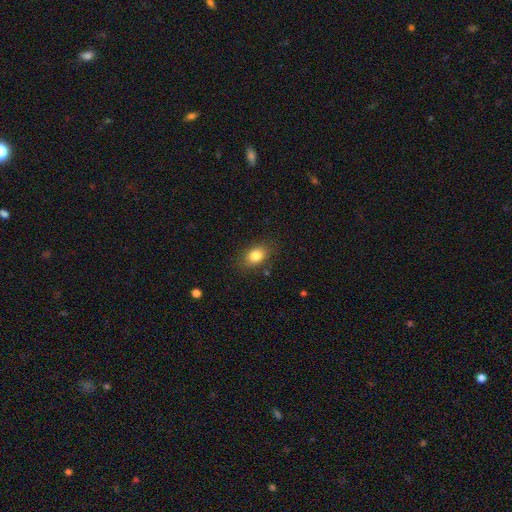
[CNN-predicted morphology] Q: Smooth or featured?
A: smooth (83%); runner-up: star or artifact (9%)
Q: How rounded?
A: in between (75%); runner-up: round (24%)
Q: Merging?
A: none (83%); runner-up: minor disturbance (12%)